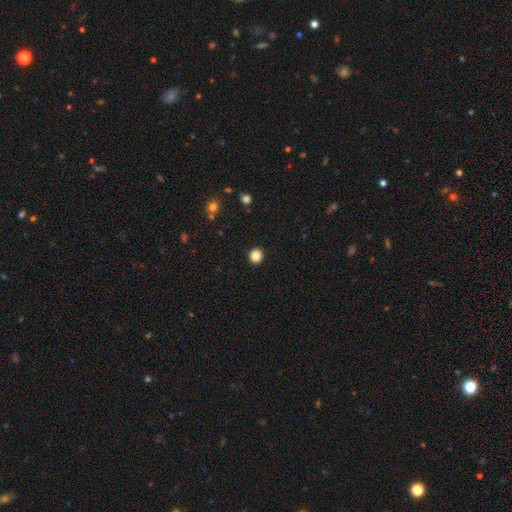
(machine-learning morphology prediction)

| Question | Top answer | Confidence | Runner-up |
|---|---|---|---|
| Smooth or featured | smooth | 85% | star or artifact (11%) |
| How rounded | round | 91% | in between (8%) |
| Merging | none | 93% | minor disturbance (5%) |